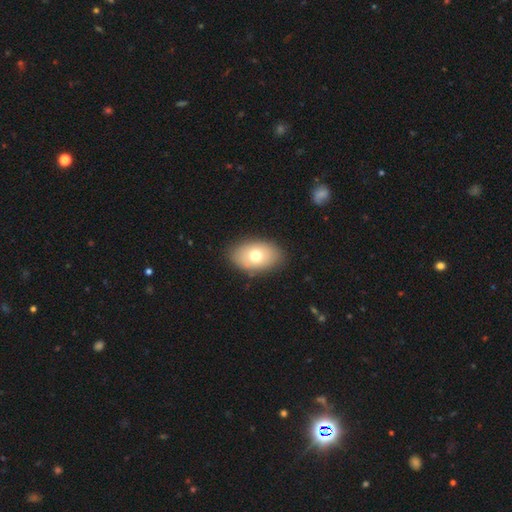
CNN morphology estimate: Smooth or featured?
  - smooth: 71% *
  - featured or disk: 21%
  - star or artifact: 8%
How rounded?
  - in between: 87% *
  - round: 12%
  - cigar-shaped: 1%
Merging?
  - none: 85% *
  - minor disturbance: 11%
  - major disturbance: 3%
  - merger: 1%